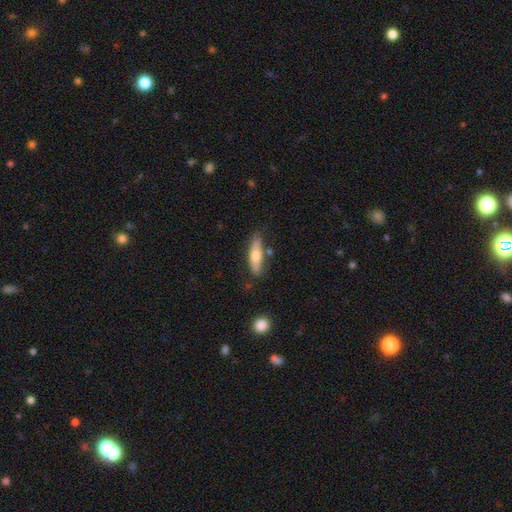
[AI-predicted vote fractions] A smooth galaxy with no disk features (60%) that is cigar-shaped (56%). Merging: none (72%).